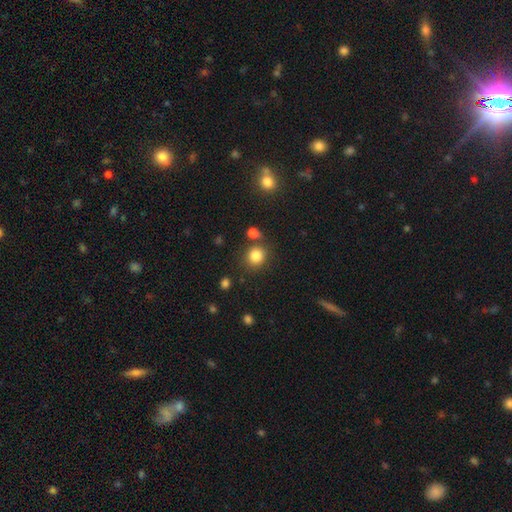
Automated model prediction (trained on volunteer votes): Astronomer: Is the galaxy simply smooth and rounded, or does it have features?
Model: smooth — 84%.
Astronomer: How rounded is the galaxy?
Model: round — 82%.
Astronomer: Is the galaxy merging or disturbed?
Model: none — 75%.